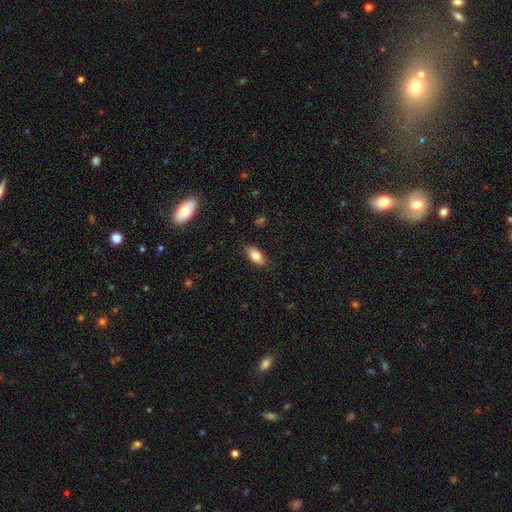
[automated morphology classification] The model was most divided on "smooth or featured": smooth: 81%, featured or disk: 12%, star or artifact: 7%. More confident: how rounded — in between (89%); merging — none (86%).